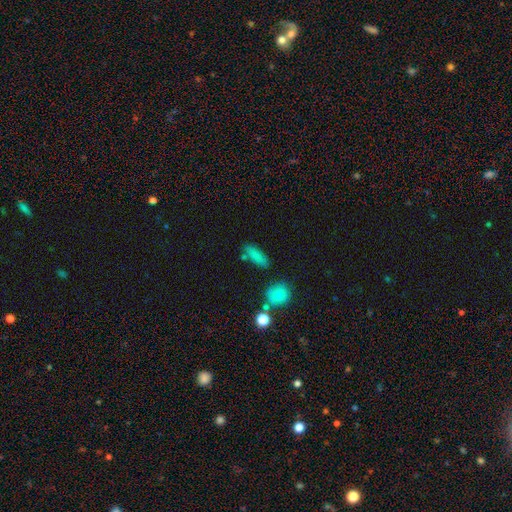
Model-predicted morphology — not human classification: Smooth or featured? Predicted: smooth (p=0.82). How rounded? Predicted: in between (p=0.56). Merging? Predicted: none (p=0.75).